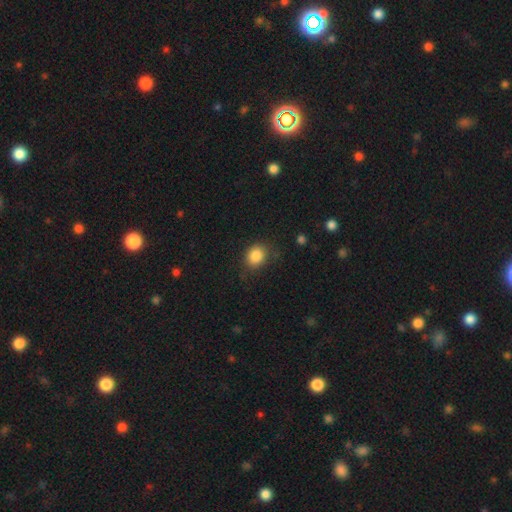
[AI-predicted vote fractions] This appears to be a smooth galaxy with no disk features (85%) that is round (67%). Merging: none (78%).